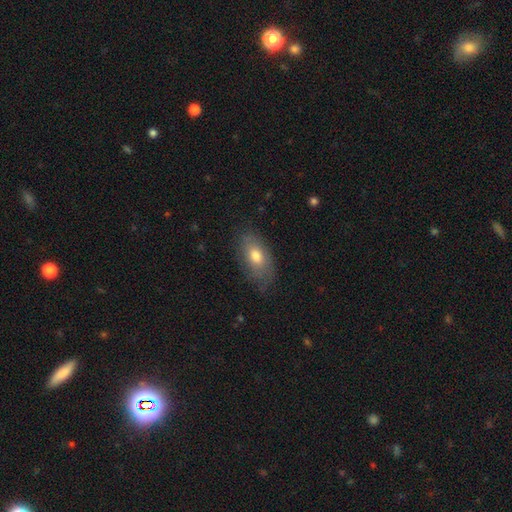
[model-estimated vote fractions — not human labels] The model was most divided on "smooth or featured": smooth: 67%, featured or disk: 26%, star or artifact: 8%. More confident: how rounded — in between (90%); merging — none (70%).